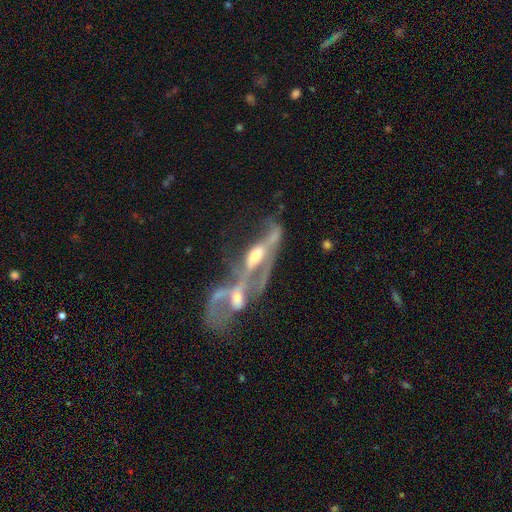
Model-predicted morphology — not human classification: Overall: featured or disk (73%). Edge-on disk: no (76%). Bar: no (55%; weak 29%). Spiral arms: yes (59%; no 41%). Bulge size: moderate (56%; small 20%). Merging: merger (77%).